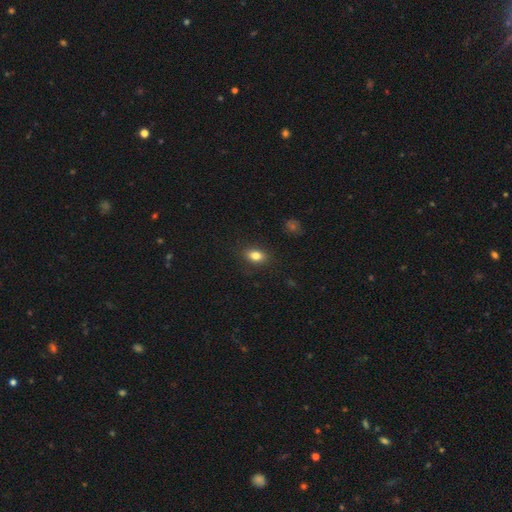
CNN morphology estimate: The model was most divided on "how rounded": in between: 80%, round: 17%, cigar-shaped: 3%. More confident: merging — none (87%); smooth or featured — smooth (82%).